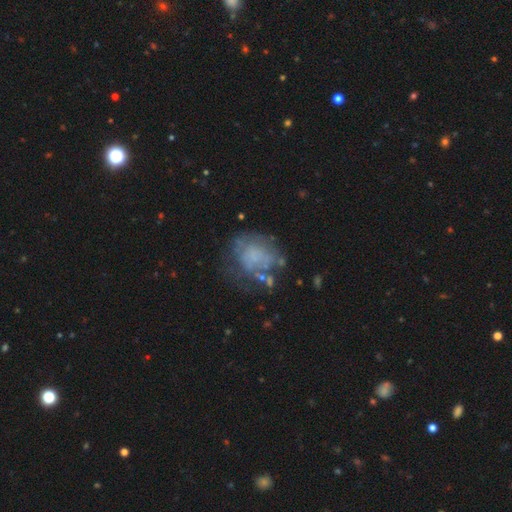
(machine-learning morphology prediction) Smooth or featured? featured or disk (51%)
Edge-on disk? no (98%)
Merging? none (46%)